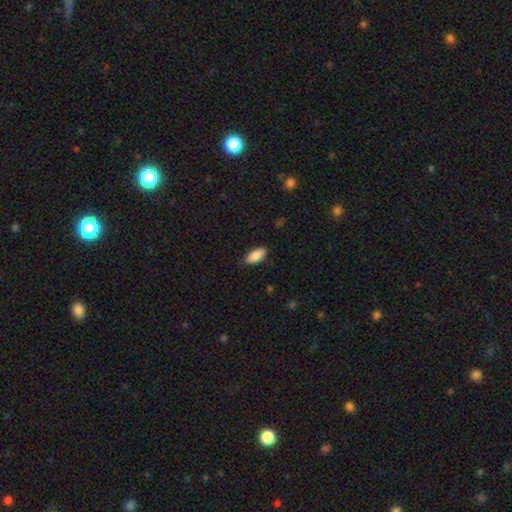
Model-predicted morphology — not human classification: A smooth galaxy with no disk features (88%) that is in between round and cigar-shaped (88%). Merging: none (84%).